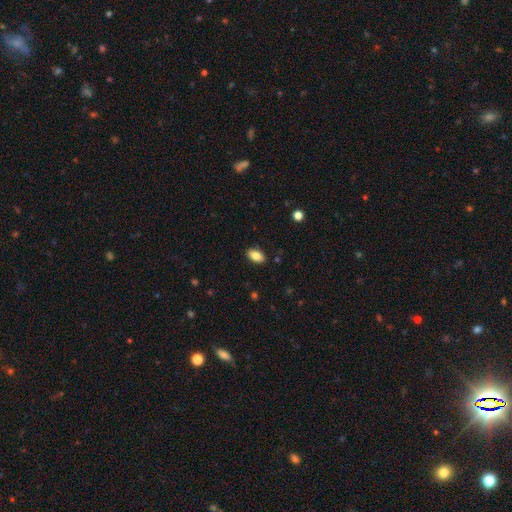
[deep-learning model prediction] The model was most divided on "smooth or featured": smooth: 84%, featured or disk: 8%, star or artifact: 8%. More confident: how rounded — in between (92%); merging — none (88%).